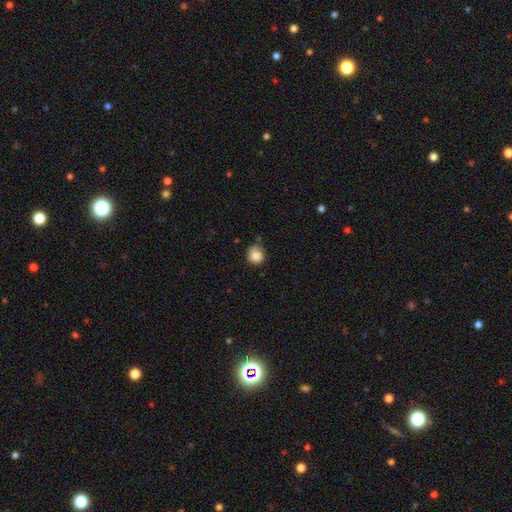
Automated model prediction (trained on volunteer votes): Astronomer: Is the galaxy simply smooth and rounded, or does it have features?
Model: smooth — 86%.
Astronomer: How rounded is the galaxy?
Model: round — 89%.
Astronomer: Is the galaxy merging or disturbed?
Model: none — 66%.